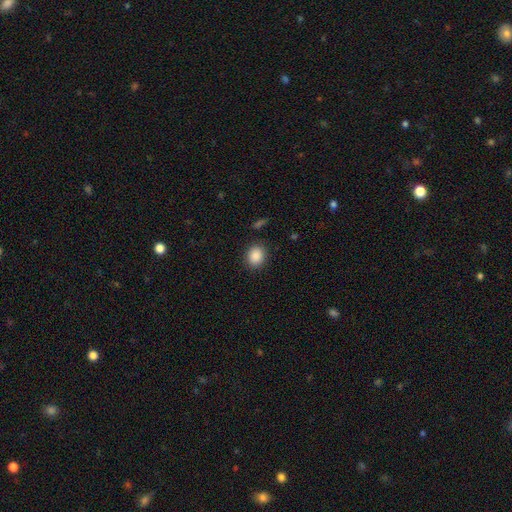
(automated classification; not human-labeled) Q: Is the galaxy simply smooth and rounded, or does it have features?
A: smooth — 88%.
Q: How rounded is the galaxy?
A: round — 65%.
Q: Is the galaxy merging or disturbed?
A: none — 88%.